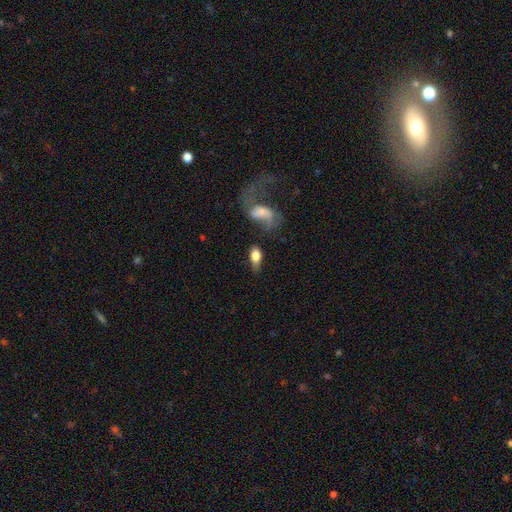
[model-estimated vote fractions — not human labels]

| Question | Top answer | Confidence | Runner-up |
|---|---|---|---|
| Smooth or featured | smooth | 71% | featured or disk (21%) |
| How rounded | in between | 85% | cigar-shaped (7%) |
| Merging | none | 53% | minor disturbance (23%) |